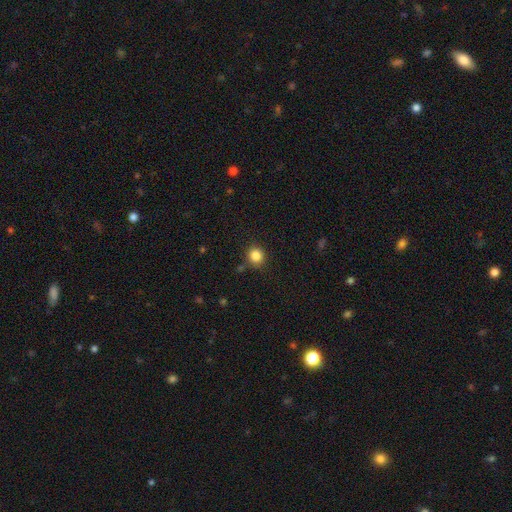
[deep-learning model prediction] This is clearly a smooth galaxy (84%). How rounded: clearly round (88%). Merging: clearly none (84%).